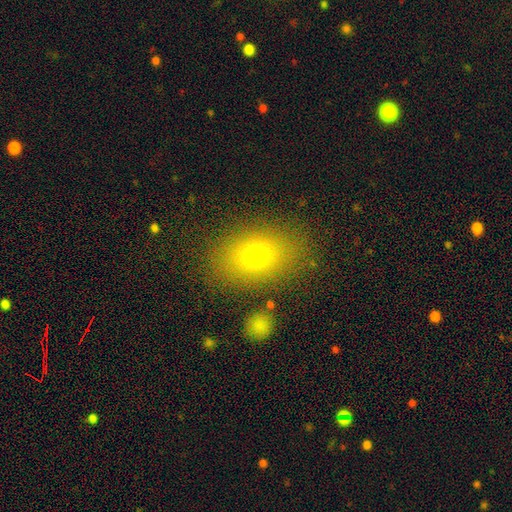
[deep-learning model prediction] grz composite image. It shows a smooth galaxy with no disk features (72%) that is in between round and cigar-shaped (76%). Merging: none (83%).